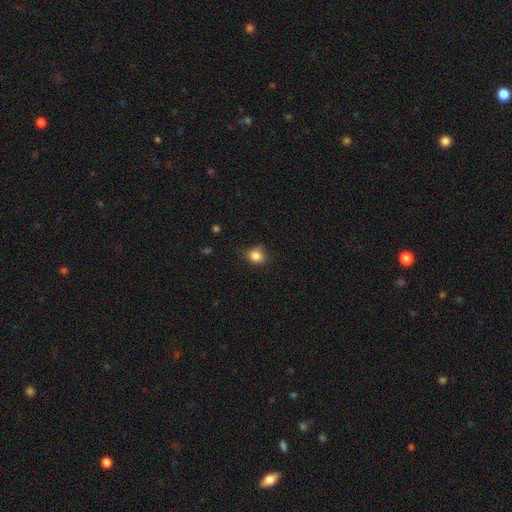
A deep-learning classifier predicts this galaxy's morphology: smooth_or_featured: smooth (p=0.83) [alt: star or artifact p=0.11]
how_rounded: round (p=0.63) [alt: in between p=0.36]
merging: none (p=0.63) [alt: minor disturbance p=0.29]